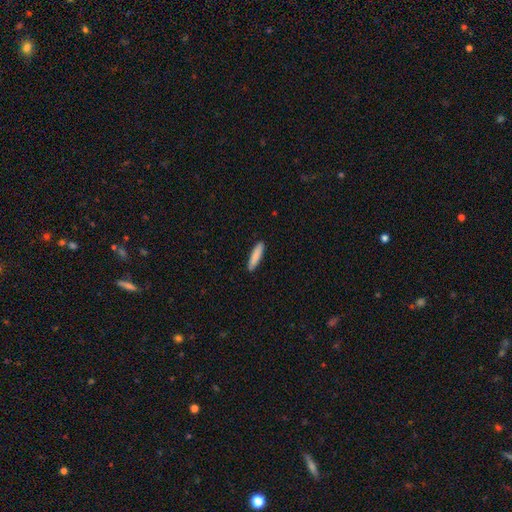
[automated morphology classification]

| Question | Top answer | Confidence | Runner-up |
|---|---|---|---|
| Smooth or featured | smooth | 86% | featured or disk (8%) |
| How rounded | cigar-shaped | 83% | in between (16%) |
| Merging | none | 90% | minor disturbance (7%) |